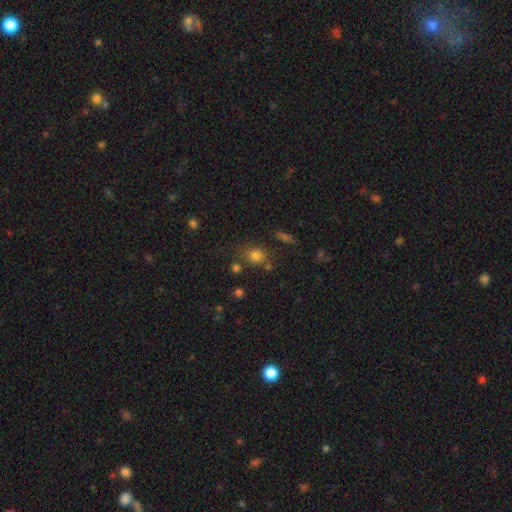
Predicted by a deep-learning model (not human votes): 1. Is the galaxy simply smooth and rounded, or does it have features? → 76% smooth, 16% star or artifact, 8% featured or disk.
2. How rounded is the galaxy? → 57% round, 41% in between, 2% cigar-shaped.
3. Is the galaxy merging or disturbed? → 69% none, 15% minor disturbance, 11% merger, 6% major disturbance.